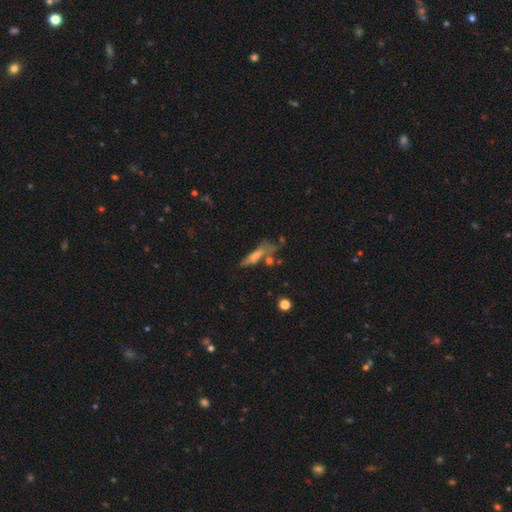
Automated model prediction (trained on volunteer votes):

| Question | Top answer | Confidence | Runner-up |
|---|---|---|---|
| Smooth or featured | smooth | 50% | featured or disk (36%) |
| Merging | none | 44% | minor disturbance (21%) |